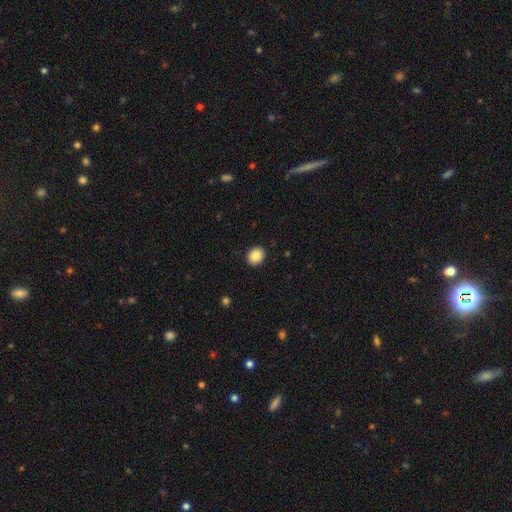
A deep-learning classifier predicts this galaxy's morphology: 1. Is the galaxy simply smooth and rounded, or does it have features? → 87% smooth, 8% star or artifact, 5% featured or disk.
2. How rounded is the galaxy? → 68% round, 31% in between, 1% cigar-shaped.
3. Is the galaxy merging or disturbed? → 91% none, 6% minor disturbance, 2% major disturbance, 1% merger.